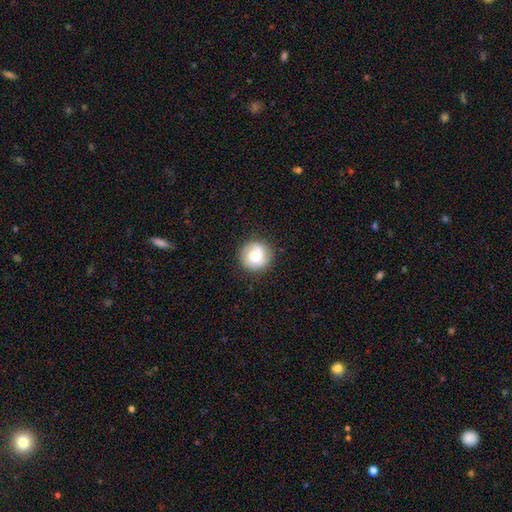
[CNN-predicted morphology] This appears to be a smooth galaxy with no disk features (72%) that is round (94%). Merging: none (86%).